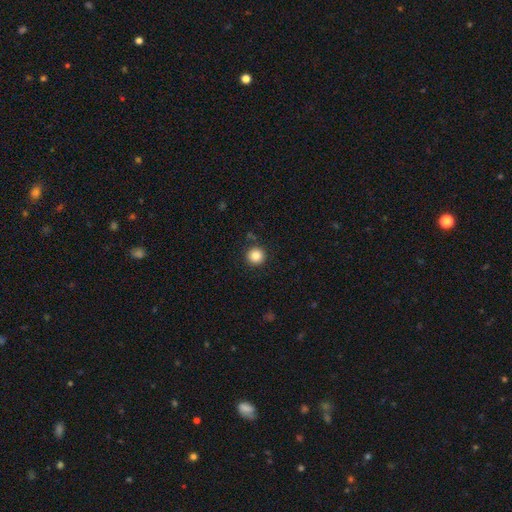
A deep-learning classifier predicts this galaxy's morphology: This appears to be a smooth galaxy with no disk features (85%) that is round (95%). Merging: none (90%).